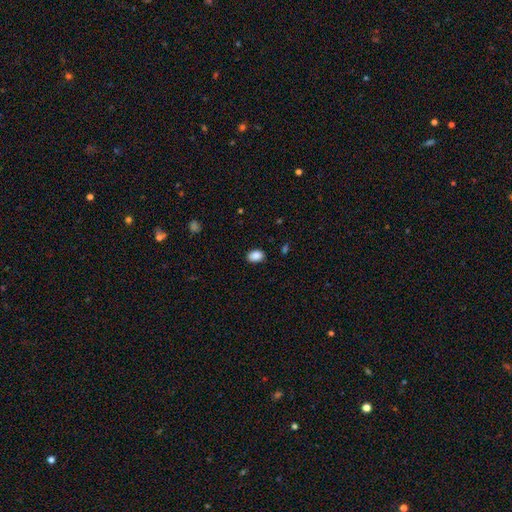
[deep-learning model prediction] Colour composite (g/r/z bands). It shows a smooth galaxy with no disk features (89%) that is in between round and cigar-shaped (81%). Merging: none (88%).